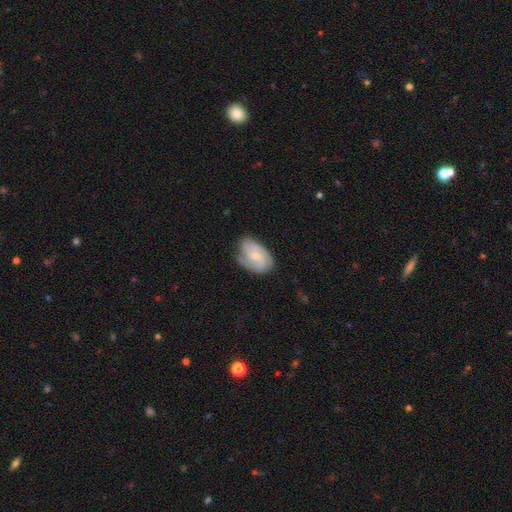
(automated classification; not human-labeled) A featured or disk galaxy (69%) with no bar (64%), 3 (34%) medium (43%) spiral arms (92%) and a small central bulge (55%). Merging: none (64%).